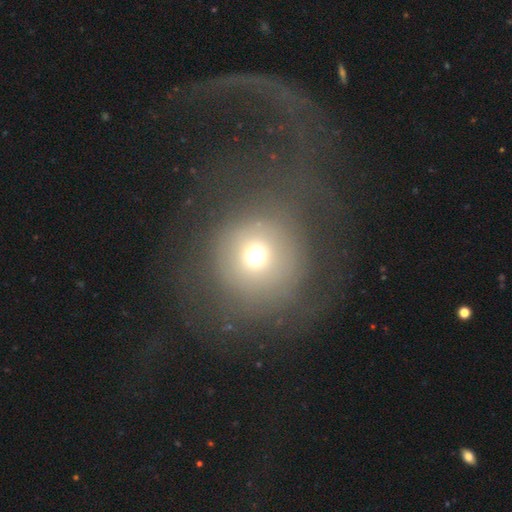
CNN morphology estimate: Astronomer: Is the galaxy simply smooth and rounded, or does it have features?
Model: smooth — 64%.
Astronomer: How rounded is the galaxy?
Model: round — 94%.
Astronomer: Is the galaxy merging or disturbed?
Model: none — 53% (runner-up: major disturbance, 30%).